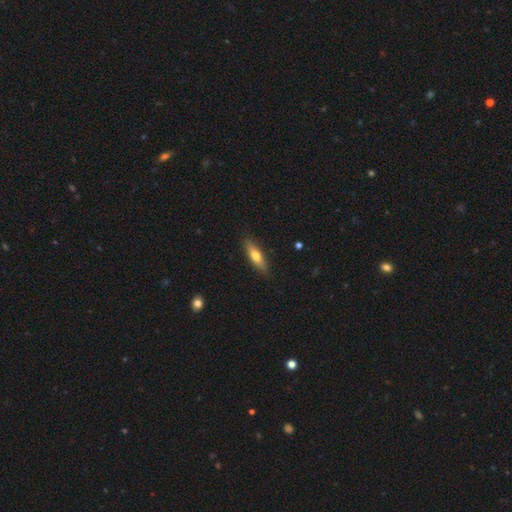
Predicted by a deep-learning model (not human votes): smooth_or_featured: smooth (p=0.64) [alt: featured or disk p=0.30]
how_rounded: cigar-shaped (p=0.60) [alt: in between p=0.38]
merging: none (p=0.86) [alt: minor disturbance p=0.11]